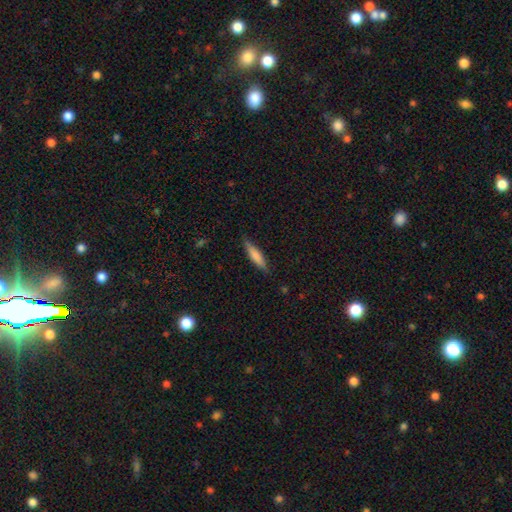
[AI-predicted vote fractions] A smooth galaxy with no disk features (69%) that is cigar-shaped (80%). Merging: none (84%).